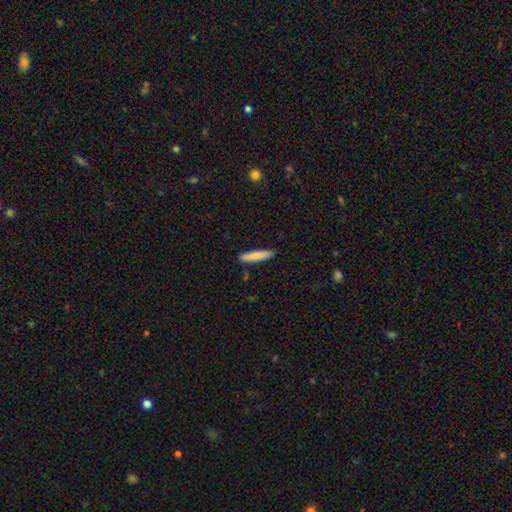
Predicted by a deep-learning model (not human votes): A smooth galaxy with no disk features (79%) that is cigar-shaped (89%). Merging: none (89%).